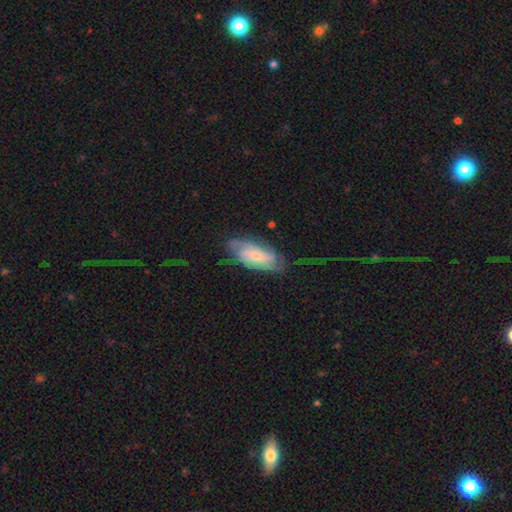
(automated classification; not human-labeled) smooth_or_featured: featured or disk (p=0.72) [alt: smooth p=0.22]
disk_edge_on: no (p=0.93) [alt: yes p=0.07]
bar: weak (p=0.43) [alt: no p=0.40]
has_spiral_arms: yes (p=0.94) [alt: no p=0.06]
spiral_winding: tight (p=0.43) [alt: medium p=0.41]
spiral_arm_count: 2 (p=0.49) [alt: can't tell p=0.23]
bulge_size: small (p=0.59) [alt: moderate p=0.29]
merging: none (p=0.66) [alt: minor disturbance p=0.22]